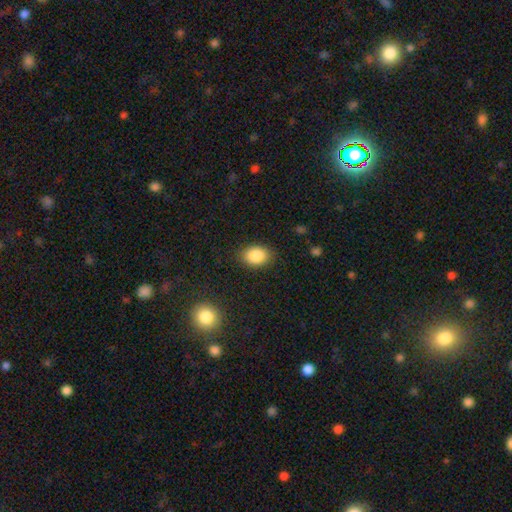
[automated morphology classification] Overall: smooth (87%). How rounded: in between (77%). Merging: none (85%).